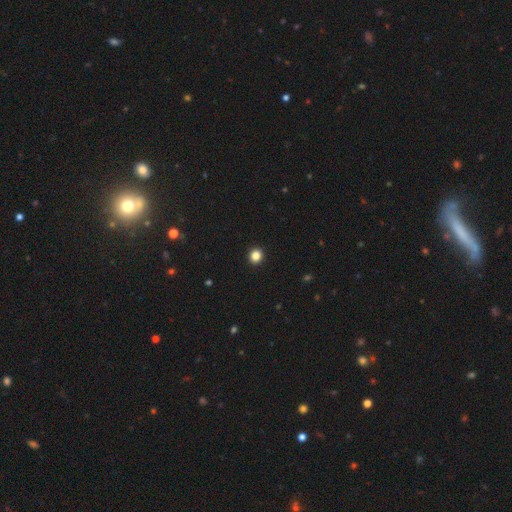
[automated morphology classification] A smooth galaxy with no disk features (84%) that is round (89%).

Vote fractions:
- Smooth or featured? smooth: 84% / star or artifact: 12% / featured or disk: 4%
- How rounded? round: 89% / in between: 10% / cigar-shaped: 1%
- Merging? none: 94% / minor disturbance: 4% / major disturbance: 1% / merger: 1%